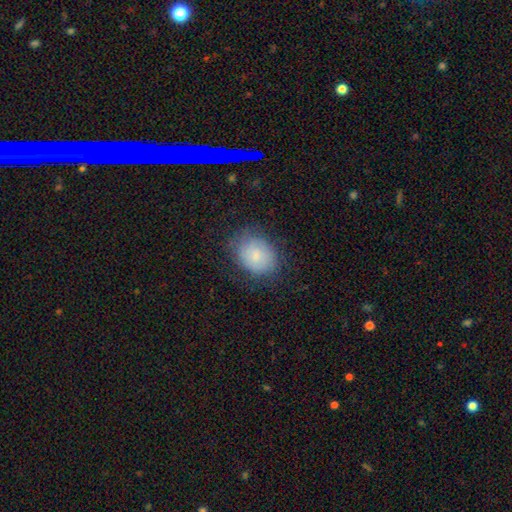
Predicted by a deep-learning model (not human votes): Smooth or featured? smooth (78%)
How rounded? round (51%)
Merging? none (73%)